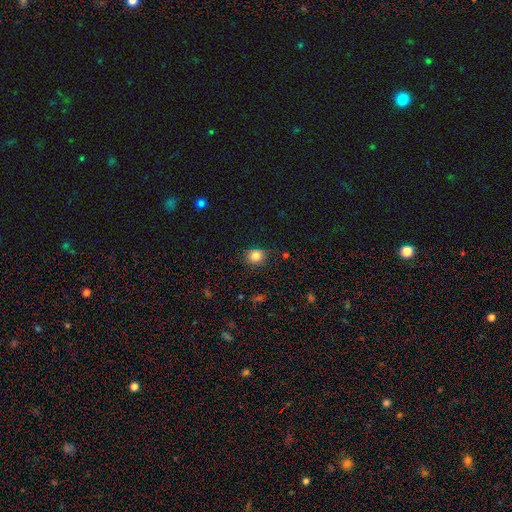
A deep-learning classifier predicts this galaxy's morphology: Smooth or featured? smooth (81%)
How rounded? round (72%)
Merging? none (77%)